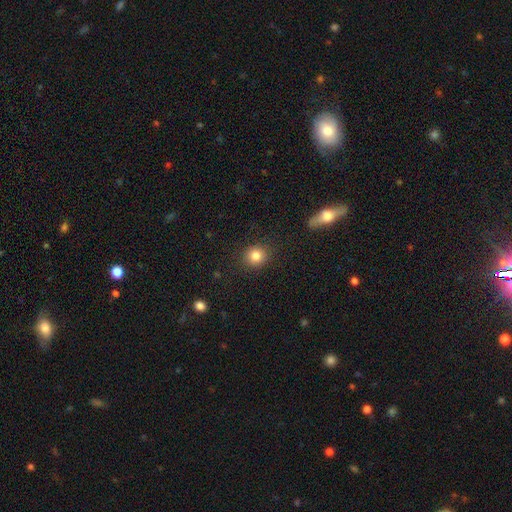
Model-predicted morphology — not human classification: Smooth or featured? Predicted: smooth (p=0.84). How rounded? Predicted: round (p=0.84). Merging? Predicted: none (p=0.89).